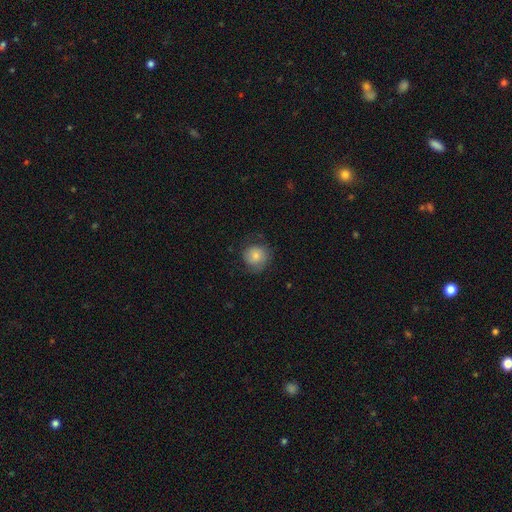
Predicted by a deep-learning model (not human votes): This is likely a smooth galaxy (75%). How rounded: clearly round (87%). Merging: likely none (67%).